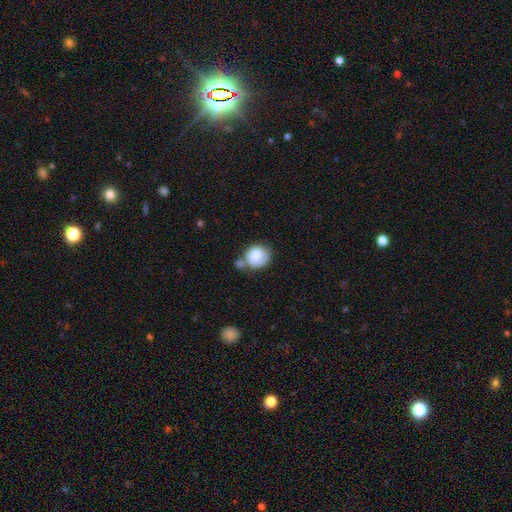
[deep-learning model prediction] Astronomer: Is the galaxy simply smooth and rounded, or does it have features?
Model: smooth — 72%.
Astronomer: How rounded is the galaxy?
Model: round — 73%.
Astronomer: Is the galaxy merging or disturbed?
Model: none — 40% (runner-up: merger, 28%).